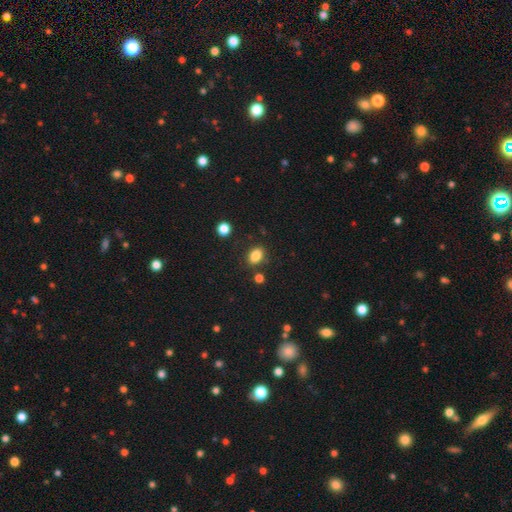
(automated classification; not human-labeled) This is clearly a smooth galaxy (85%). How rounded: likely in between (76%). Merging: clearly none (81%).